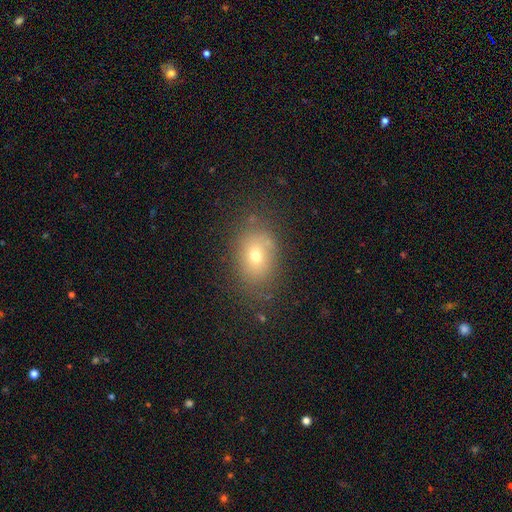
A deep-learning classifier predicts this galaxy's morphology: Smooth or featured? Predicted: smooth (p=0.65). How rounded? Predicted: in between (p=0.71). Merging? Predicted: none (p=0.73).